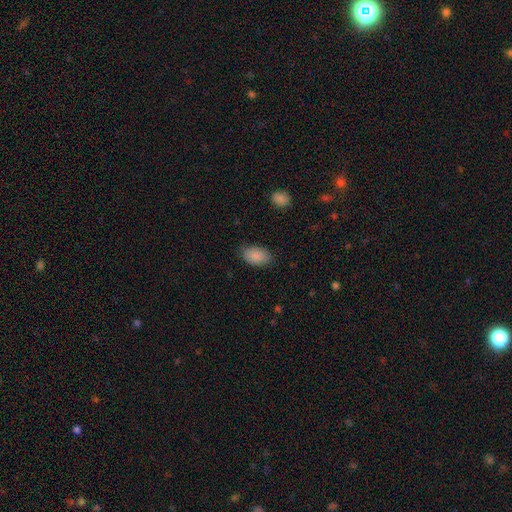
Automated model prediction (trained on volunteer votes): A smooth galaxy with no disk features (88%) that is in between round and cigar-shaped (91%).

Vote fractions:
- Smooth or featured? smooth: 88% / star or artifact: 7% / featured or disk: 5%
- How rounded? in between: 91% / round: 7% / cigar-shaped: 1%
- Merging? none: 80% / minor disturbance: 16% / major disturbance: 3% / merger: 1%